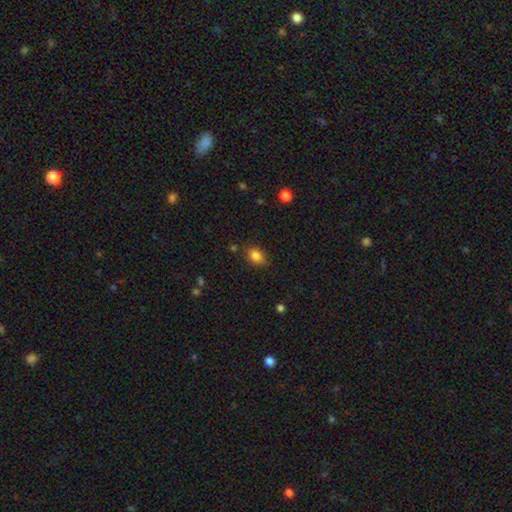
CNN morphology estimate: Smooth or featured: smooth — 84% (star or artifact — 11%)
How rounded: in between — 52% (round — 47%)
Merging: none — 76% (minor disturbance — 18%)